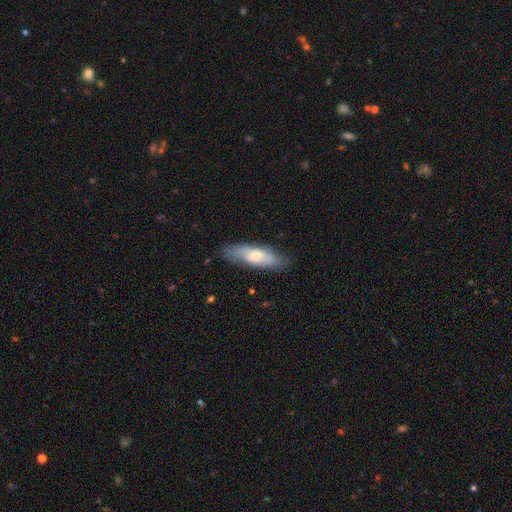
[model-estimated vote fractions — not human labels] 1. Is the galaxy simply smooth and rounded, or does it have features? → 59% smooth, 35% featured or disk, 6% star or artifact.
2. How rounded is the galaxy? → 52% in between, 46% cigar-shaped, 2% round.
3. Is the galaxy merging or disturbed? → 75% none, 19% minor disturbance, 5% major disturbance, 1% merger.